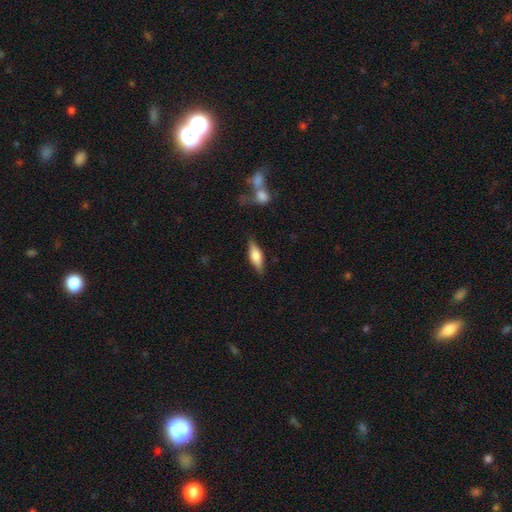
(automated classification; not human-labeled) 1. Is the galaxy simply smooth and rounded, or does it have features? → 58% smooth, 36% featured or disk, 6% star or artifact.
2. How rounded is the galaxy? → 53% in between, 44% cigar-shaped, 3% round.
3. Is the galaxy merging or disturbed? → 81% none, 13% minor disturbance, 4% major disturbance, 3% merger.